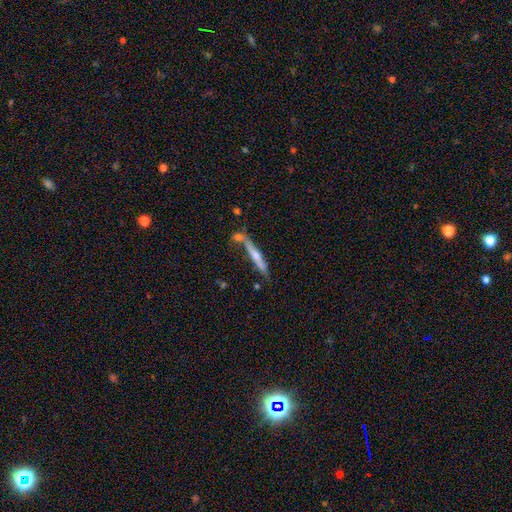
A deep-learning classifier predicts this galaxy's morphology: Smooth or featured: featured or disk — 52% (smooth — 41%)
Edge-on disk: yes — 93% (no — 7%)
Merging: none — 62% (merger — 18%)